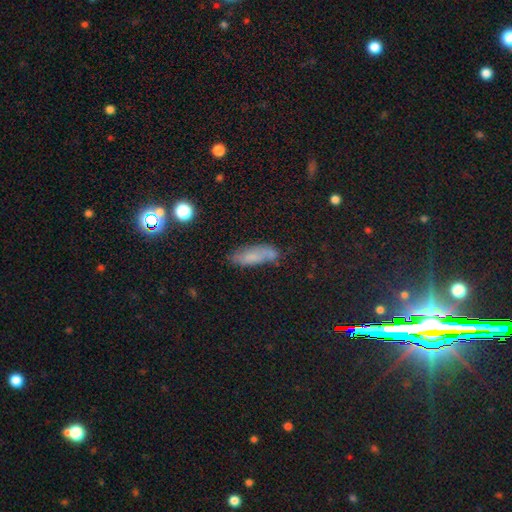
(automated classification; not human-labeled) smooth 59%, featured or disk 21%, star or artifact 20%. Down the decision tree: how rounded — in between (55%); merging — none (64%).